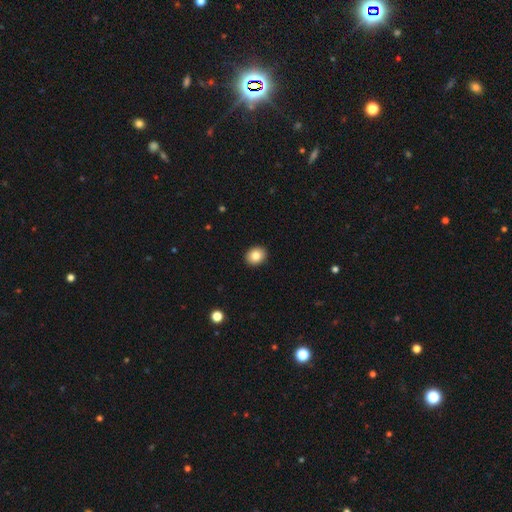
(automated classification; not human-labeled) Smooth or featured? Predicted: smooth (p=0.84). How rounded? Predicted: round (p=0.57). Merging? Predicted: none (p=0.92).